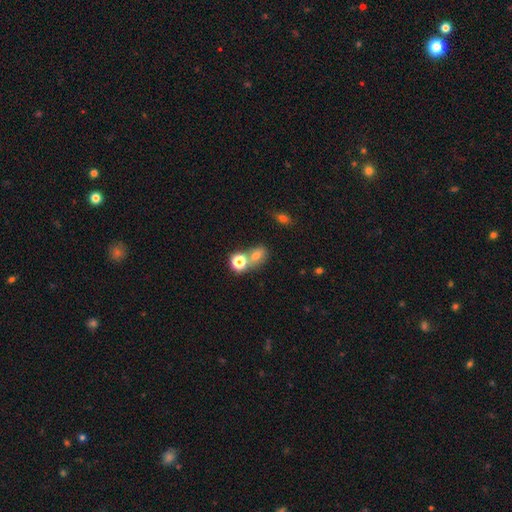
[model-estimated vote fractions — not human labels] This is likely a smooth galaxy (69%). How rounded: possibly in between (54%). Merging: possibly none (46%).